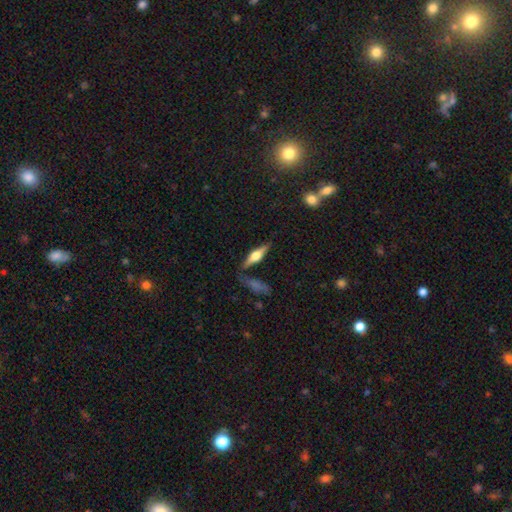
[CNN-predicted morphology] Smooth or featured? featured or disk (64%)
Edge-on disk? yes (95%)
Edge-on bulge? rounded (92%)
Merging? none (77%)